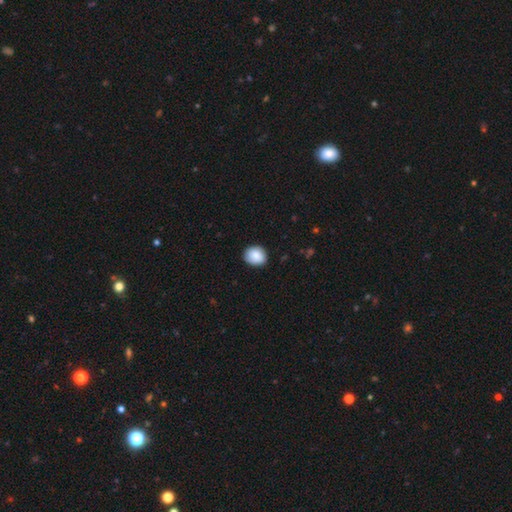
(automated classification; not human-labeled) smooth_or_featured: smooth (p=0.87) [alt: star or artifact p=0.07]
how_rounded: round (p=0.74) [alt: in between p=0.25]
merging: none (p=0.86) [alt: minor disturbance p=0.11]